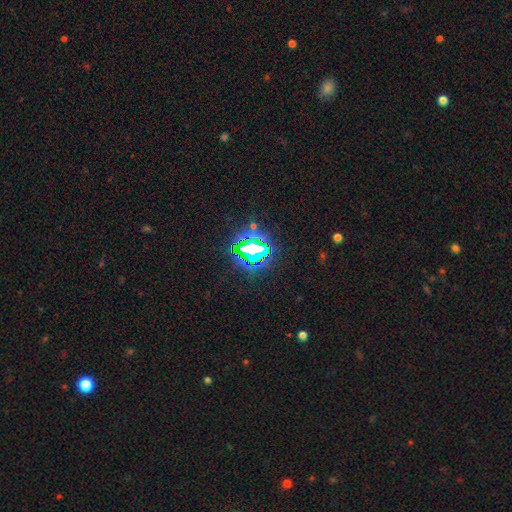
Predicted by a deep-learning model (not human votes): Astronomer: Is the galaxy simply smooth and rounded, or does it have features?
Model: star or artifact — 80%.